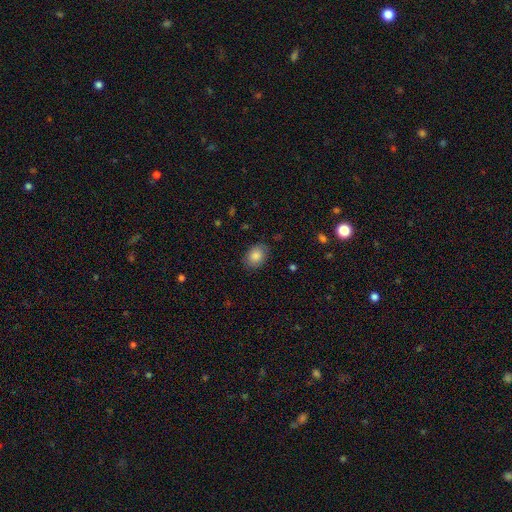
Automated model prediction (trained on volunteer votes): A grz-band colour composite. It shows a smooth galaxy with no disk features (85%) that is in between round and cigar-shaped (66%). Merging: none (83%).